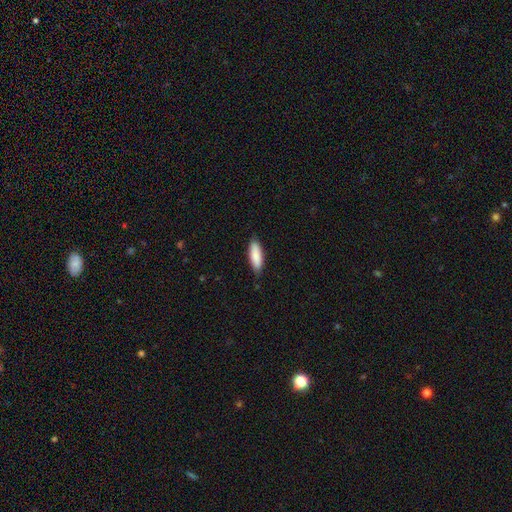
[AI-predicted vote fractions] smooth 87%, featured or disk 7%, star or artifact 5%. Down the decision tree: how rounded — in between (56%); merging — none (84%).